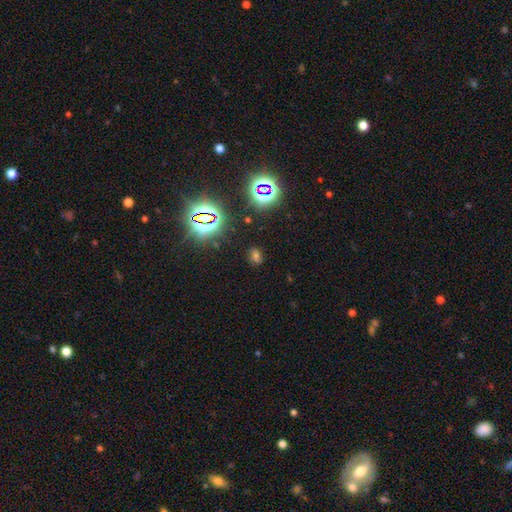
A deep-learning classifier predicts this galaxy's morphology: A star or artifact, not a galaxy (48%).

Vote fractions:
- Smooth or featured? star or artifact: 48% / smooth: 42% / featured or disk: 9%